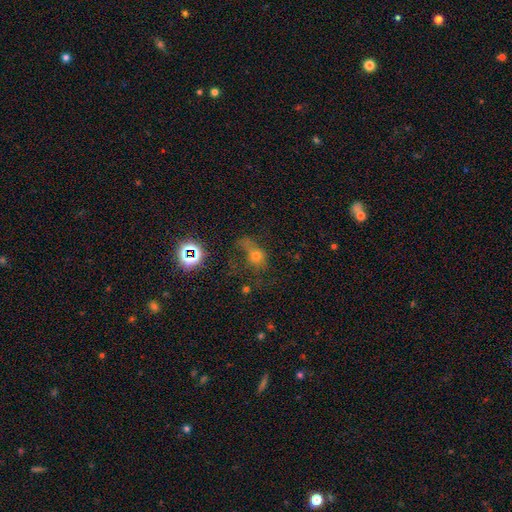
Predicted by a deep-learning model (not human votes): Smooth or featured?
  - smooth: 52% *
  - star or artifact: 27%
  - featured or disk: 21%
How rounded?
  - round: 55% *
  - in between: 43%
  - cigar-shaped: 3%
Merging?
  - major disturbance: 38% *
  - none: 32%
  - minor disturbance: 20%
  - merger: 10%